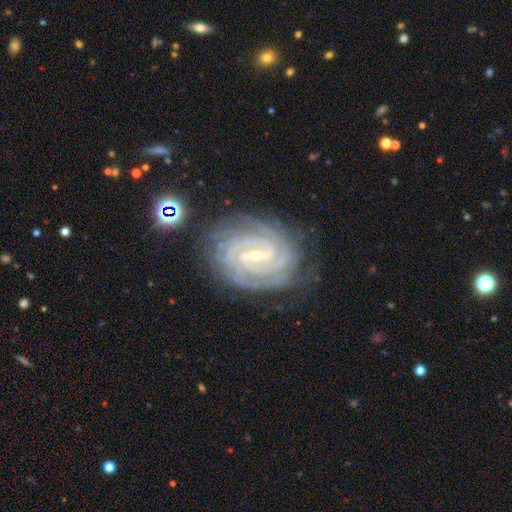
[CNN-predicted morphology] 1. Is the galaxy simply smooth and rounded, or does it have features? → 91% featured or disk, 5% star or artifact, 4% smooth.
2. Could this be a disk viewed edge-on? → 97% no, 3% yes.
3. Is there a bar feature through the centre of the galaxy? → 48% strong, 41% weak, 10% no.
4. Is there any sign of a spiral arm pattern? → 98% yes, 2% no.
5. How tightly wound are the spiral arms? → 80% tight, 17% medium, 2% loose.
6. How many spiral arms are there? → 28% 2, 20% 4, 20% 3, 17% can't tell, 9% more than 4, 6% 1.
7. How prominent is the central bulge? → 75% small, 20% moderate, 2% none, 1% large, 1% dominant.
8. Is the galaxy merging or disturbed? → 78% none, 15% minor disturbance, 5% major disturbance, 2% merger.